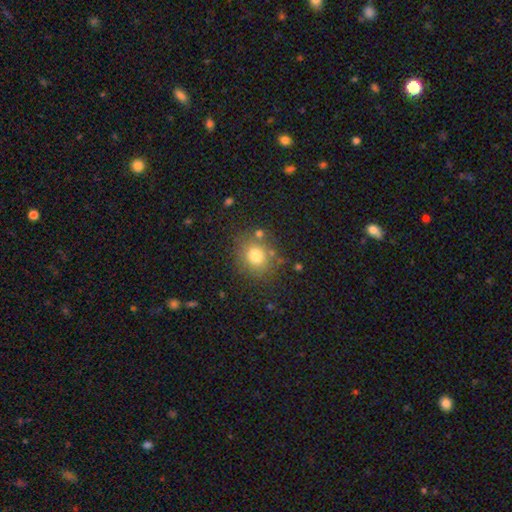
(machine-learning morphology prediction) Smooth or featured?
  - smooth: 76% *
  - star or artifact: 13%
  - featured or disk: 11%
How rounded?
  - round: 76% *
  - in between: 23%
  - cigar-shaped: 1%
Merging?
  - none: 77% *
  - minor disturbance: 12%
  - merger: 6%
  - major disturbance: 5%